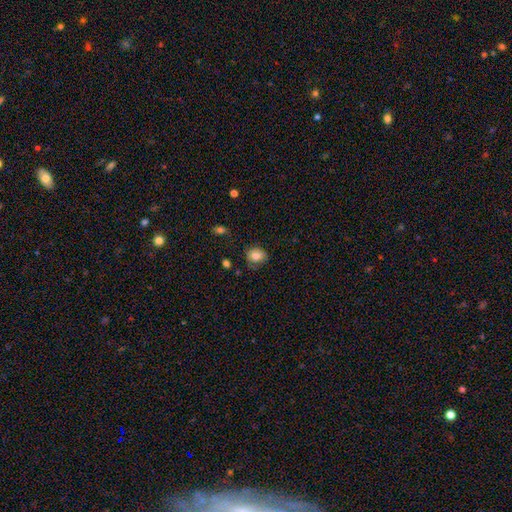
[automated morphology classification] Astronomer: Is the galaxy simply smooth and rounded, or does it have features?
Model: smooth — 78%.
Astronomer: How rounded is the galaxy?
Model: round — 72%.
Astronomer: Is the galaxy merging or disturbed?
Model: none — 70%.